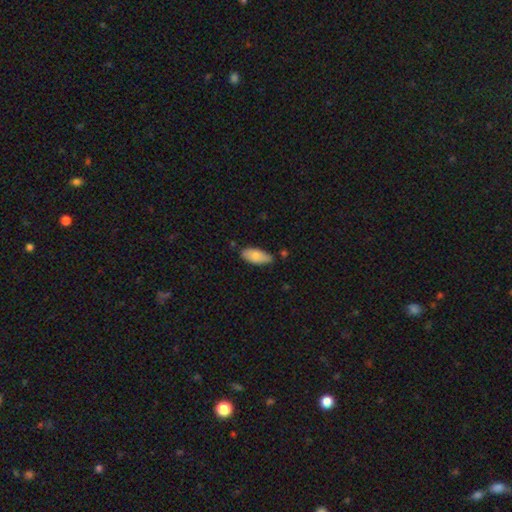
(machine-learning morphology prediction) This appears to be a smooth galaxy with no disk features (80%) that is in between round and cigar-shaped (88%). Merging: none (71%).